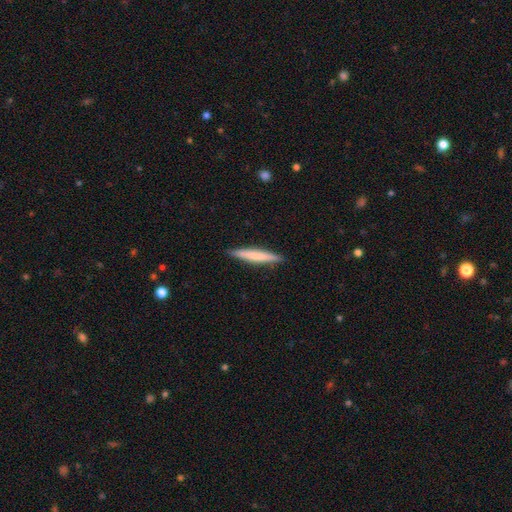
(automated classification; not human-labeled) This is likely a smooth galaxy (63%). How rounded: clearly cigar-shaped (95%). Merging: clearly none (90%).